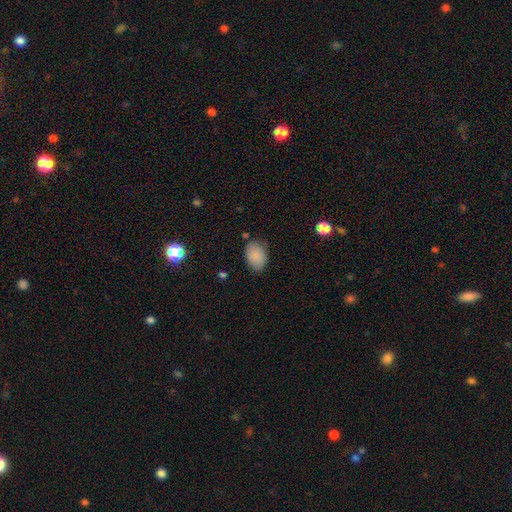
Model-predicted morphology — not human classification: type=smooth (87%); roundness=in between (83%); merging=none (75%).